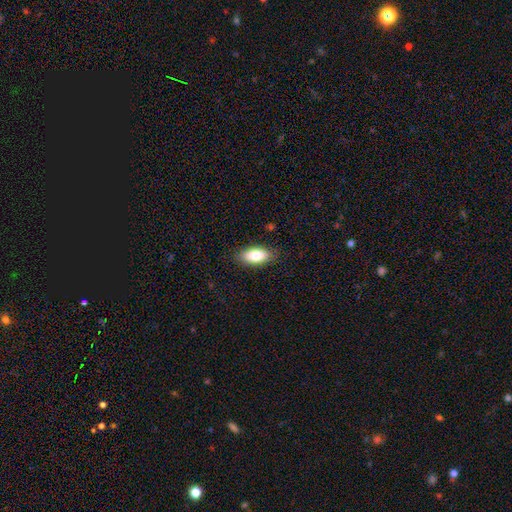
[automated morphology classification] A smooth galaxy with no disk features (80%) that is in between round and cigar-shaped (89%). Merging: none (85%).